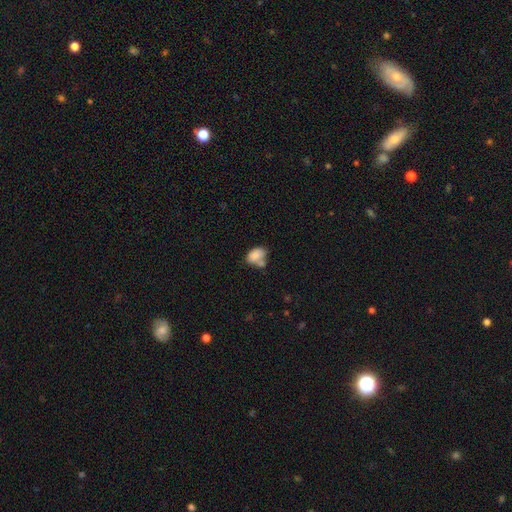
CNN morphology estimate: This appears to be a smooth galaxy with no disk features (81%) that is in between round and cigar-shaped (82%). Merging: merger (38%).